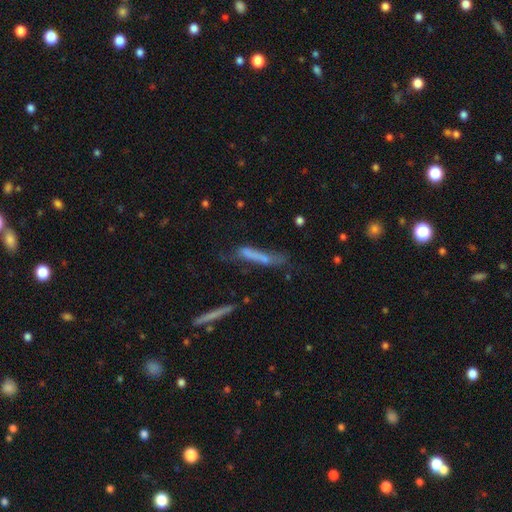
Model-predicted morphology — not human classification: smooth 54%, featured or disk 35%, star or artifact 11%. Down the decision tree: how rounded — cigar-shaped (88%); merging — none (41%).